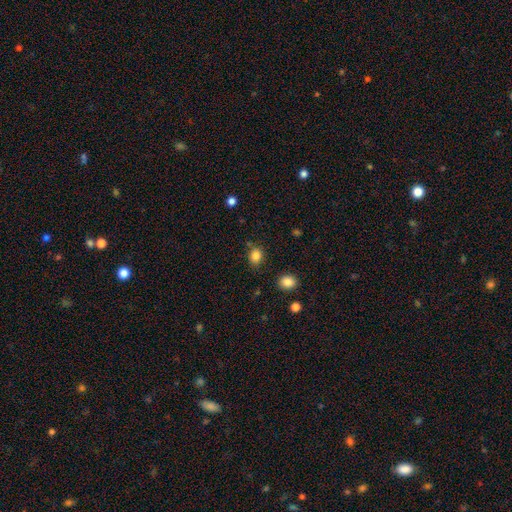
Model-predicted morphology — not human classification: This appears to be a smooth galaxy with no disk features (84%) that is round (50%). Merging: none (72%).